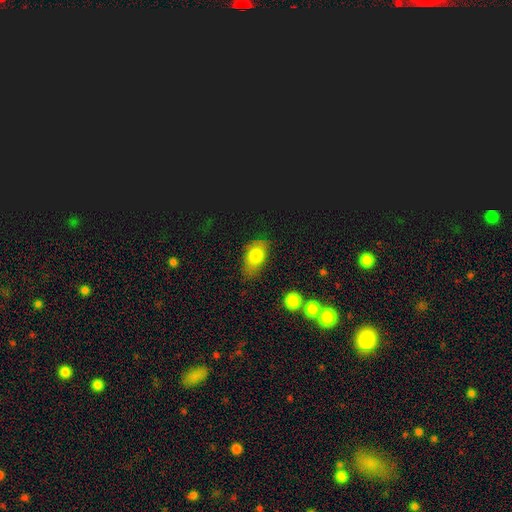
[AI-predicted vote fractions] smooth-or-featured: smooth: 78% | featured or disk: 12% | star or artifact: 10%
  how-rounded: in between: 83% | round: 15% | cigar-shaped: 3%
  merging: none: 61% | minor disturbance: 27% | major disturbance: 9% | merger: 2%